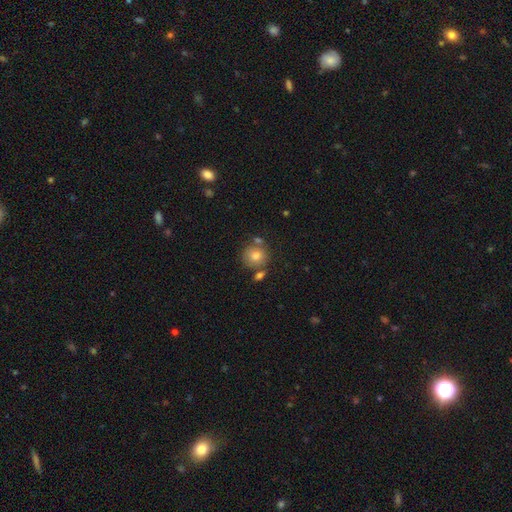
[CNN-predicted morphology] Smooth or featured? smooth (76%)
How rounded? round (86%)
Merging? none (64%)